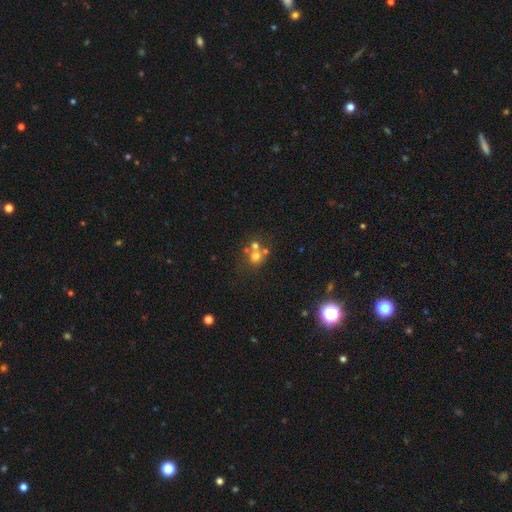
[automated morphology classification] A smooth galaxy with no disk features (62%) that is round (81%).

Vote fractions:
- Smooth or featured? smooth: 62% / featured or disk: 20% / star or artifact: 18%
- How rounded? round: 81% / in between: 18% / cigar-shaped: 1%
- Merging? merger: 45% / none: 43% / minor disturbance: 8% / major disturbance: 4%